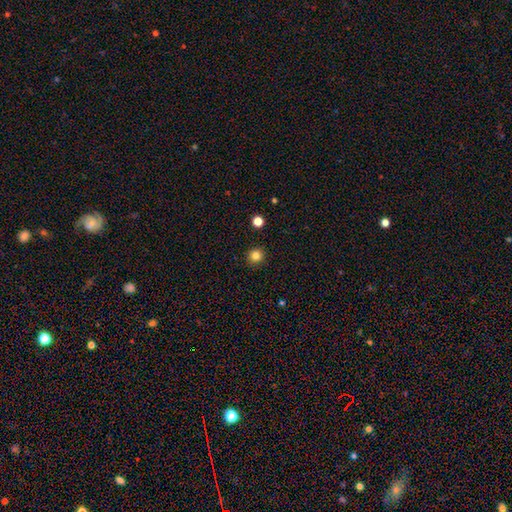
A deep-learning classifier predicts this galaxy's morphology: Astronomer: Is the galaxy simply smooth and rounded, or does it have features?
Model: smooth — 83%.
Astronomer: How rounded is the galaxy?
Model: round — 93%.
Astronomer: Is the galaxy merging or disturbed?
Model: none — 92%.